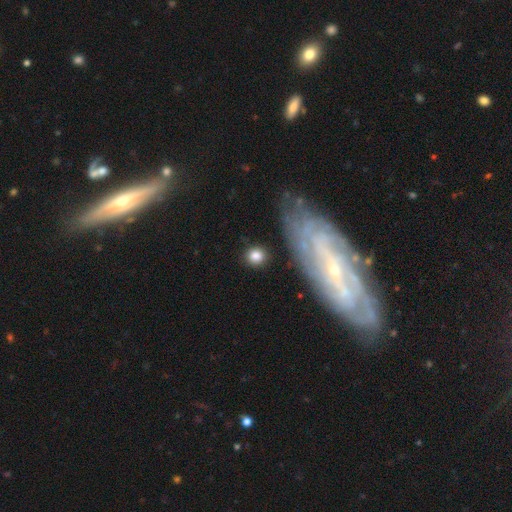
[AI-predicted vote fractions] Smooth or featured? smooth (82%)
How rounded? round (85%)
Merging? none (86%)